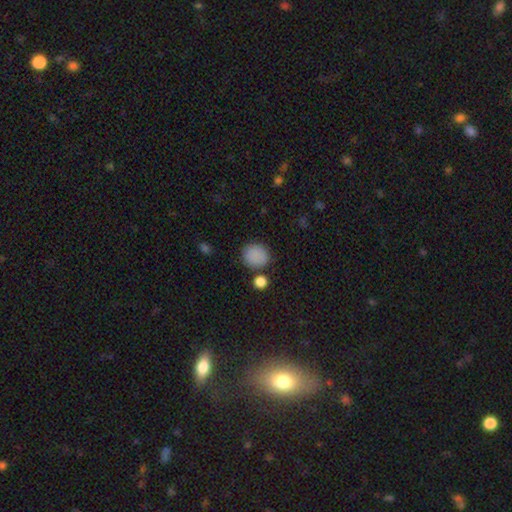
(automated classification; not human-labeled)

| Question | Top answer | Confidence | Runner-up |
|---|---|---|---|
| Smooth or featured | smooth | 86% | star or artifact (10%) |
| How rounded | round | 84% | in between (15%) |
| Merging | none | 80% | minor disturbance (10%) |